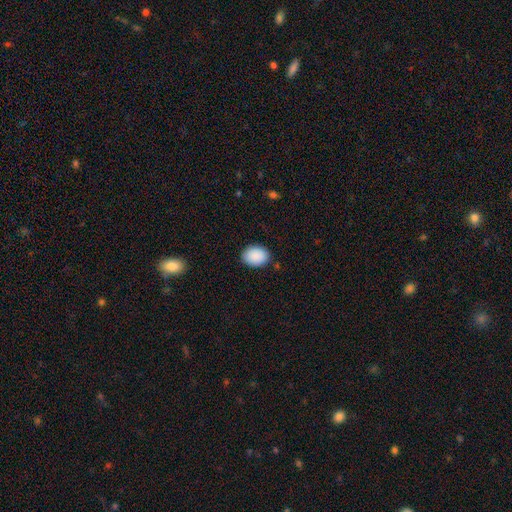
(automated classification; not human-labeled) A smooth galaxy with no disk features (90%) that is in between round and cigar-shaped (72%).

Vote fractions:
- Smooth or featured? smooth: 90% / star or artifact: 6% / featured or disk: 3%
- How rounded? in between: 72% / round: 27% / cigar-shaped: 1%
- Merging? none: 87% / minor disturbance: 10% / major disturbance: 2% / merger: 1%